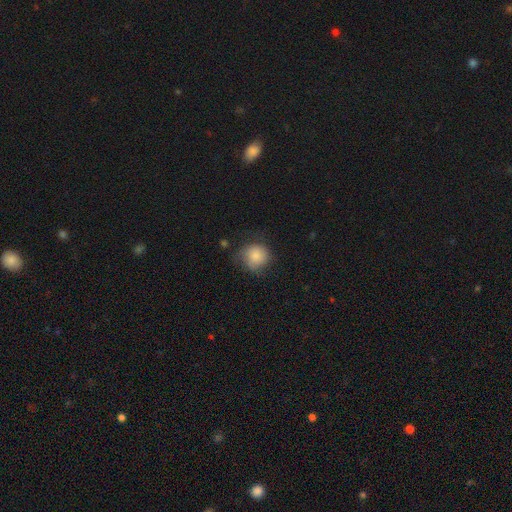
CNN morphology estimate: Q: Smooth or featured?
A: smooth (83%); runner-up: featured or disk (9%)
Q: How rounded?
A: round (87%); runner-up: in between (12%)
Q: Merging?
A: none (61%); runner-up: minor disturbance (28%)